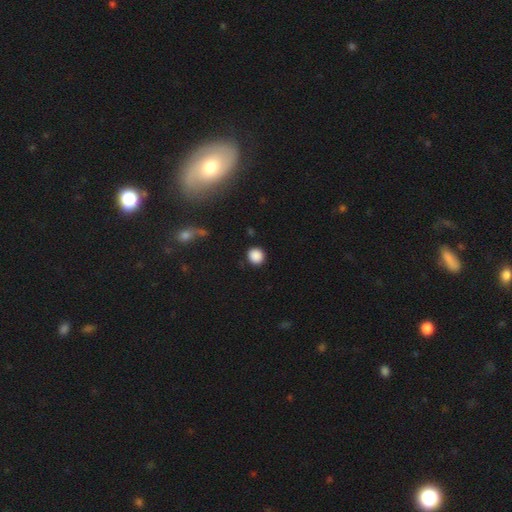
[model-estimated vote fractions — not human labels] Smooth or featured? Predicted: smooth (p=0.87). How rounded? Predicted: round (p=0.87). Merging? Predicted: none (p=0.89).